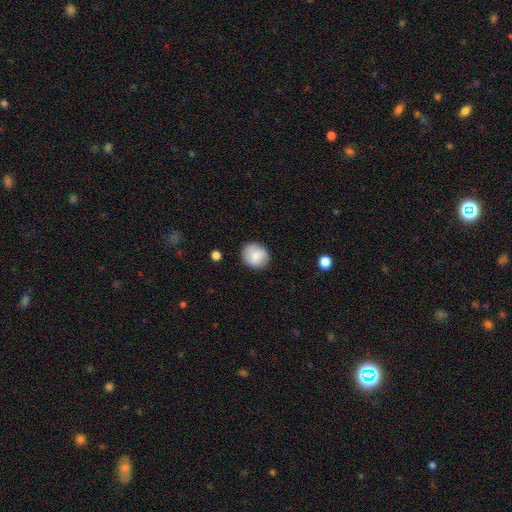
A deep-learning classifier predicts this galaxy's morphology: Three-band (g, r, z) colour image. It shows a smooth galaxy with no disk features (81%) that is round (85%). Merging: none (87%).